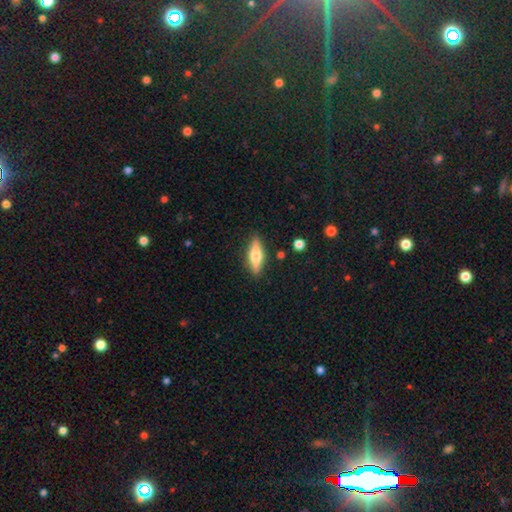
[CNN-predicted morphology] Smooth or featured?
  - featured or disk: 48% *
  - smooth: 46%
  - star or artifact: 6%
Merging?
  - none: 87% *
  - minor disturbance: 9%
  - major disturbance: 2%
  - merger: 2%